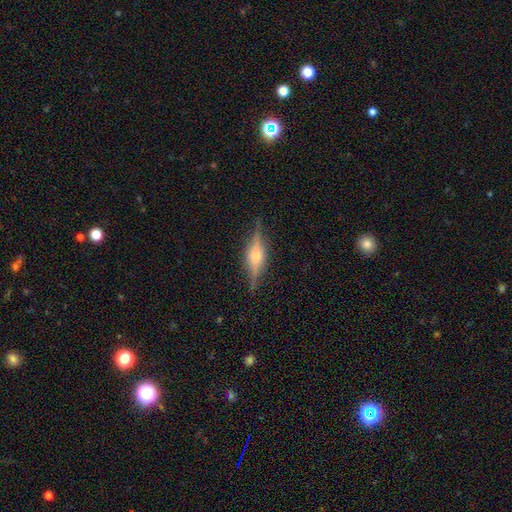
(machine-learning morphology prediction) This is likely a featured or disk galaxy (78%). It is clearly viewed edge-on (96%). Edge-on bulge: clearly rounded (85%). Merging: clearly none (86%).